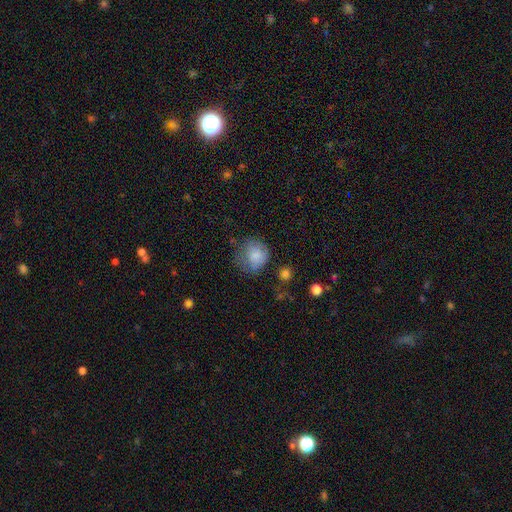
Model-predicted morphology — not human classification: smooth-or-featured: smooth: 78% | featured or disk: 13% | star or artifact: 9%
  how-rounded: round: 77% | in between: 22% | cigar-shaped: 1%
  merging: none: 48% | minor disturbance: 30% | major disturbance: 19% | merger: 3%